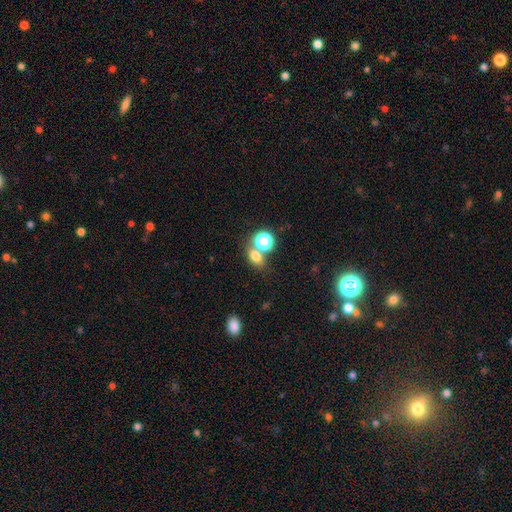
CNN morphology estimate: smooth-or-featured: smooth: 71% | star or artifact: 20% | featured or disk: 9%
  how-rounded: in between: 55% | round: 43% | cigar-shaped: 2%
  merging: none: 57% | merger: 28% | minor disturbance: 10% | major disturbance: 5%